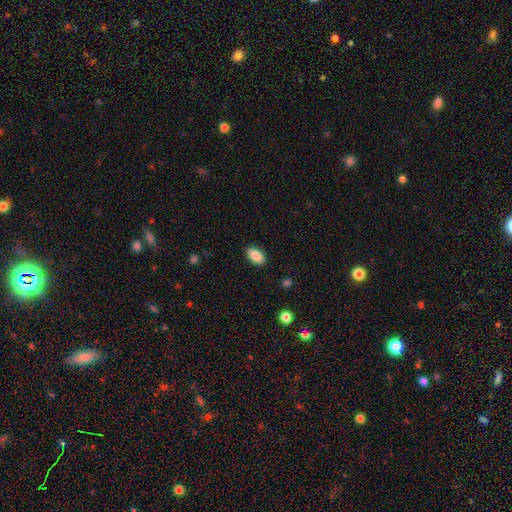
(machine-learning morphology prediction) A smooth galaxy with no disk features (89%) that is in between round and cigar-shaped (94%).

Vote fractions:
- Smooth or featured? smooth: 89% / star or artifact: 7% / featured or disk: 4%
- How rounded? in between: 94% / round: 4% / cigar-shaped: 2%
- Merging? none: 88% / minor disturbance: 8% / major disturbance: 2% / merger: 1%